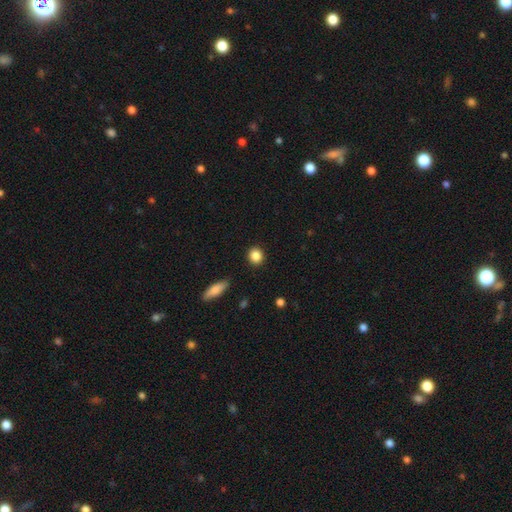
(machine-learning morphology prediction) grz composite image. It shows a smooth galaxy with no disk features (86%) that is round (83%). Merging: none (90%).